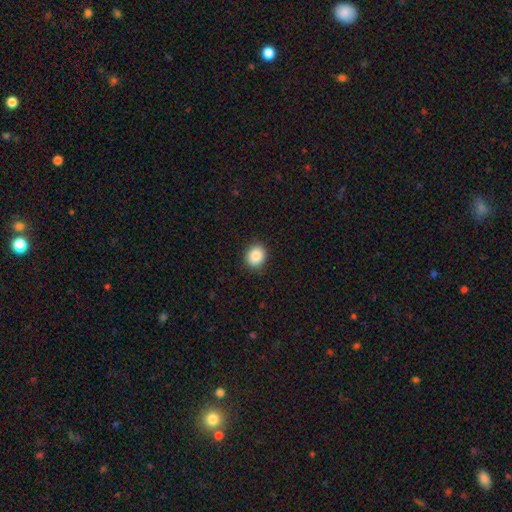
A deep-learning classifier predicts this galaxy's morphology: smooth-or-featured: smooth: 88% | star or artifact: 9% | featured or disk: 4%
  how-rounded: round: 75% | in between: 24% | cigar-shaped: 1%
  merging: none: 89% | minor disturbance: 8% | major disturbance: 2% | merger: 1%